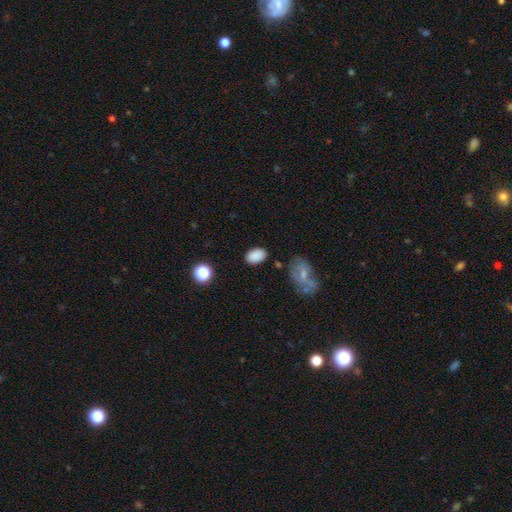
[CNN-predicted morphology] The model was most divided on "merging": none: 81%, minor disturbance: 13%, major disturbance: 3%, merger: 3%. More confident: how rounded — in between (88%); smooth or featured — smooth (86%).